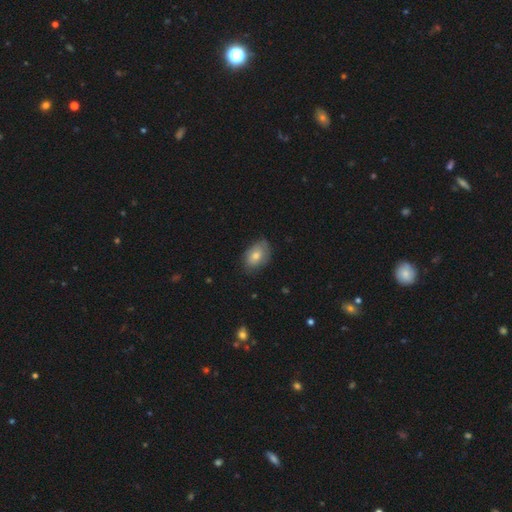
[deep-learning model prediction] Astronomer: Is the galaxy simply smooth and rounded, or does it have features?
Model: smooth — 73%.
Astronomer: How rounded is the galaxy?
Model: in between — 85%.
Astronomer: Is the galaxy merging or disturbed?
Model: none — 69%.